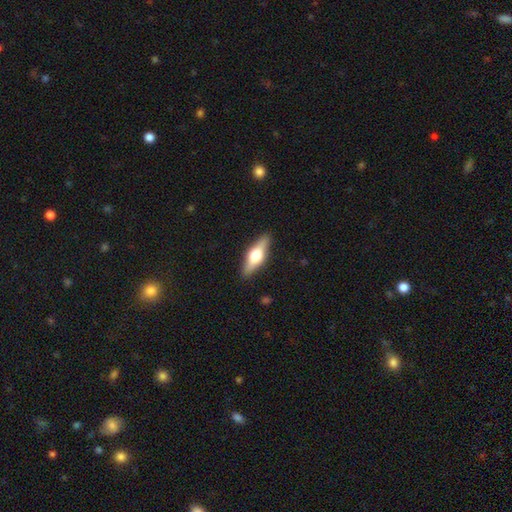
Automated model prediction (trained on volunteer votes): smooth_or_featured: featured or disk (p=0.54) [alt: smooth p=0.40]
disk_edge_on: yes (p=0.93) [alt: no p=0.07]
edge_on_bulge: rounded (p=0.95) [alt: boxy p=0.04]
merging: none (p=0.89) [alt: minor disturbance p=0.08]